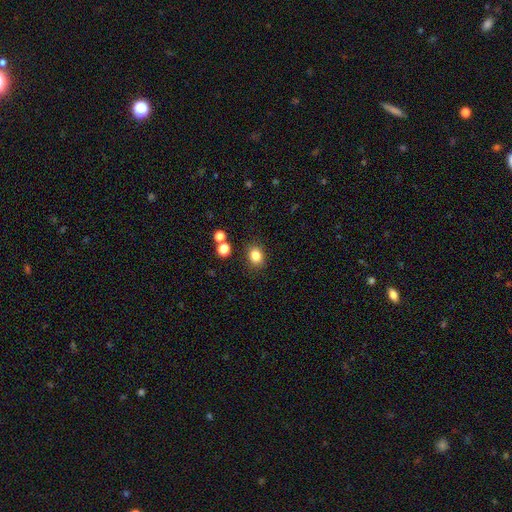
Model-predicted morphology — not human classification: A smooth galaxy with no disk features (83%) that is round (50%).

Vote fractions:
- Smooth or featured? smooth: 83% / star or artifact: 11% / featured or disk: 6%
- How rounded? round: 50% / in between: 49% / cigar-shaped: 1%
- Merging? none: 85% / minor disturbance: 9% / merger: 3% / major disturbance: 3%